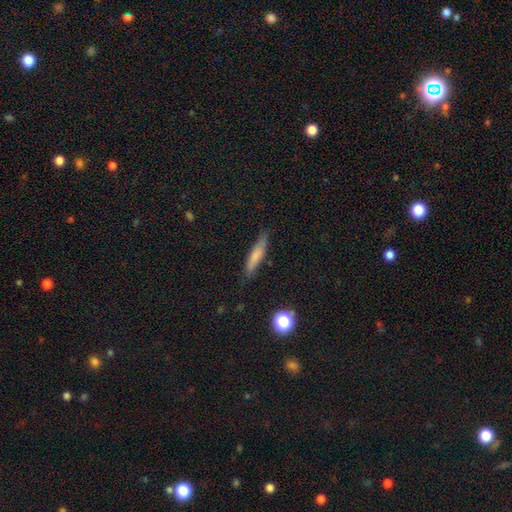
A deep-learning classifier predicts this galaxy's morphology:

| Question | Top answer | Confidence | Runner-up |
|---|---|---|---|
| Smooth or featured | smooth | 73% | featured or disk (19%) |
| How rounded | cigar-shaped | 82% | in between (16%) |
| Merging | none | 83% | minor disturbance (13%) |